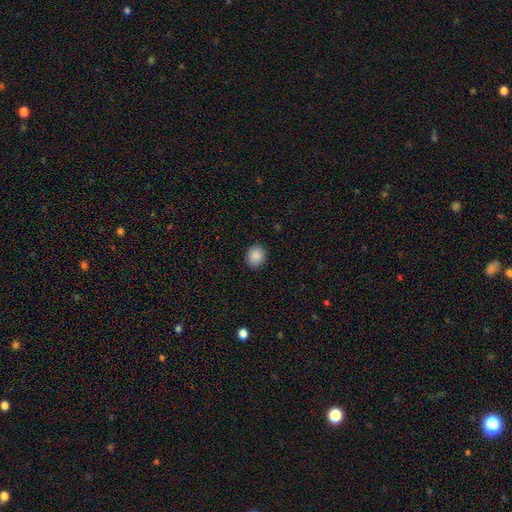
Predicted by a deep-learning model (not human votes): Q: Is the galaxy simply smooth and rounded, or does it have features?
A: smooth — 88%.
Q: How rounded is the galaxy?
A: round — 69%.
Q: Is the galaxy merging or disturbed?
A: none — 90%.